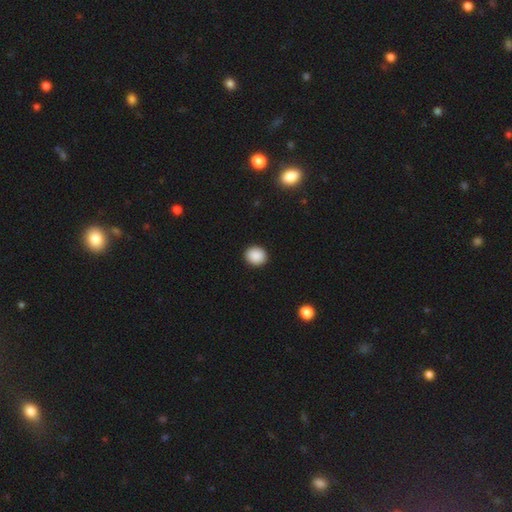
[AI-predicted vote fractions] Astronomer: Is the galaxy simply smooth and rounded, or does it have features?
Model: smooth — 89%.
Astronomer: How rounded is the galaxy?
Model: round — 80%.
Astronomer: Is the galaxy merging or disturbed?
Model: none — 92%.